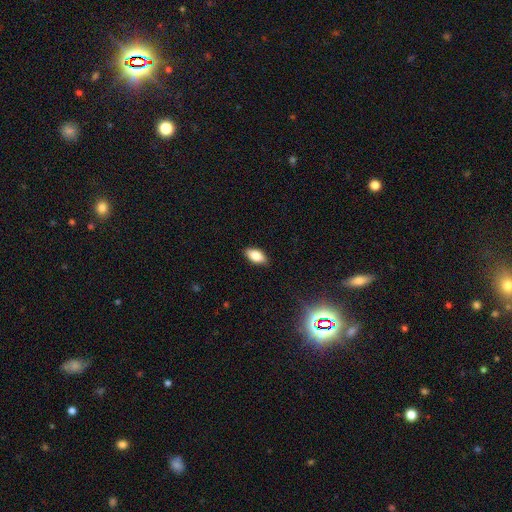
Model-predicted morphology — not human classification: smooth_or_featured: smooth (p=0.83) [alt: featured or disk p=0.10]
how_rounded: in between (p=0.90) [alt: cigar-shaped p=0.06]
merging: none (p=0.87) [alt: minor disturbance p=0.10]